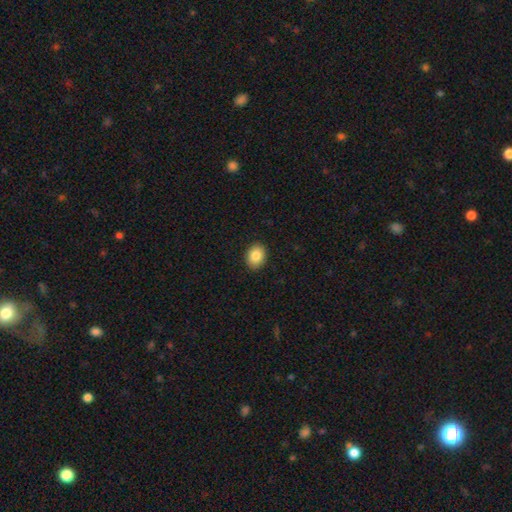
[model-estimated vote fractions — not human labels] smooth 85%, star or artifact 8%, featured or disk 6%. Down the decision tree: how rounded — in between (61%); merging — none (90%).